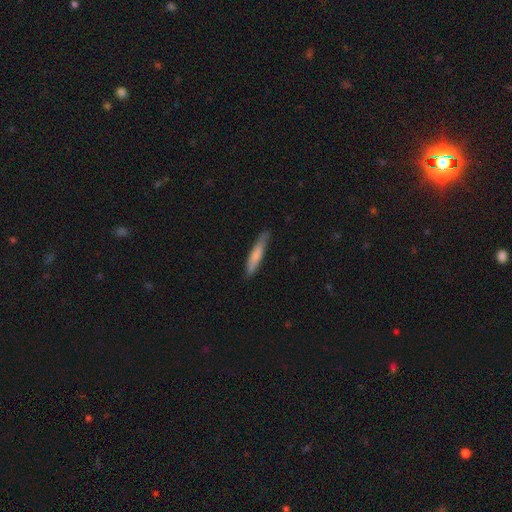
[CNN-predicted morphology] A smooth galaxy with no disk features (72%) that is cigar-shaped (89%). Merging: none (79%).